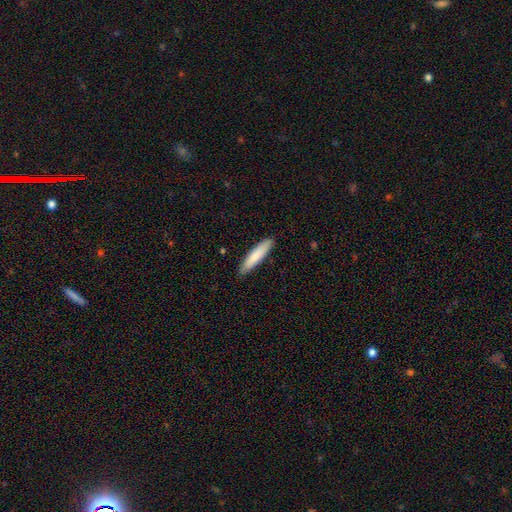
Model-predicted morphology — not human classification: smooth_or_featured: smooth (p=0.82) [alt: featured or disk p=0.13]
how_rounded: cigar-shaped (p=0.83) [alt: in between p=0.15]
merging: none (p=0.89) [alt: minor disturbance p=0.09]